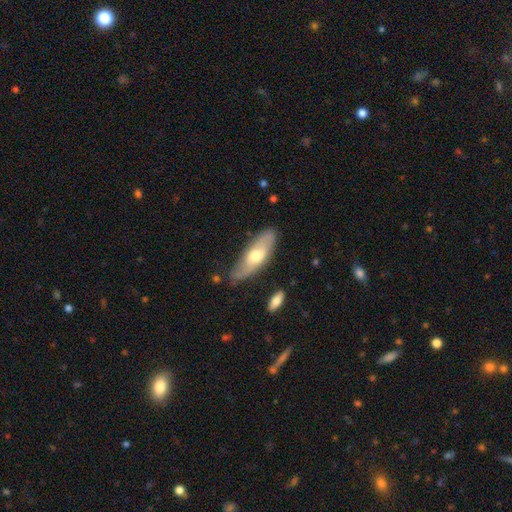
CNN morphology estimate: type=featured or disk (50%); merging=none (73%).